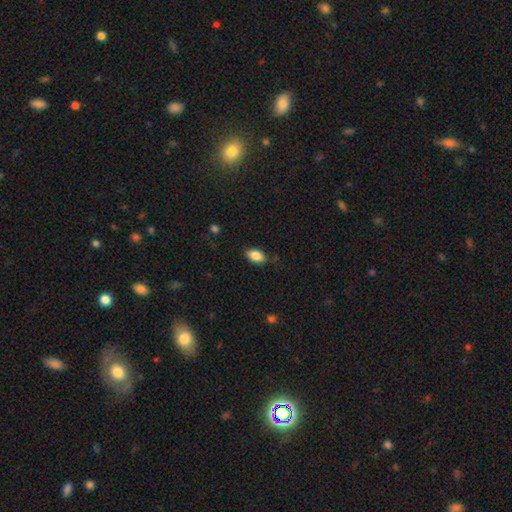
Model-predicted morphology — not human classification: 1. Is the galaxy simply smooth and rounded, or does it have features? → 86% smooth, 8% star or artifact, 6% featured or disk.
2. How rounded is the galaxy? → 91% in between, 7% round, 2% cigar-shaped.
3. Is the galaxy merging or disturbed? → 81% none, 15% minor disturbance, 3% major disturbance, 1% merger.